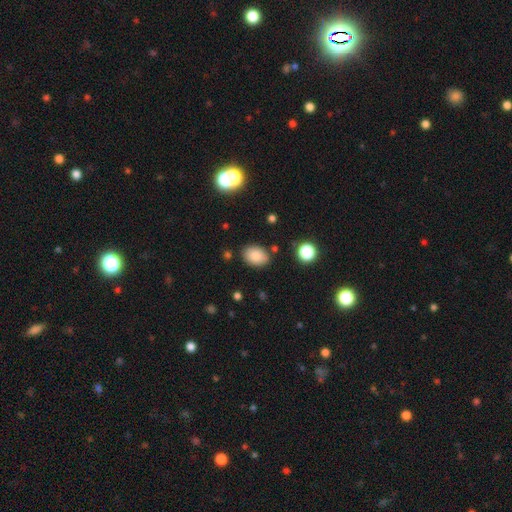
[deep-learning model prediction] smooth_or_featured: smooth (p=0.84) [alt: star or artifact p=0.09]
how_rounded: in between (p=0.77) [alt: round p=0.22]
merging: none (p=0.83) [alt: minor disturbance p=0.11]